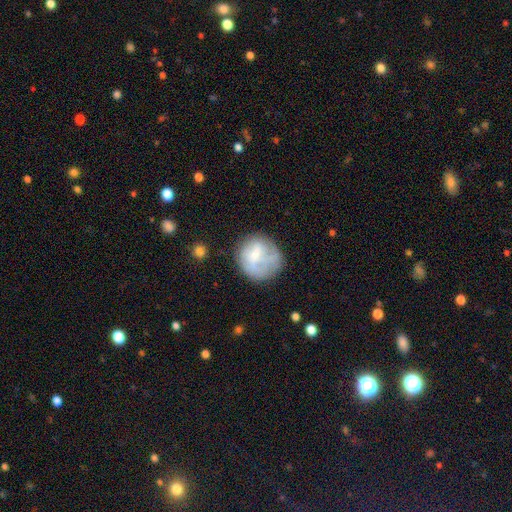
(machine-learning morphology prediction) type=smooth (54%); roundness=round (85%); merging=none (57%).